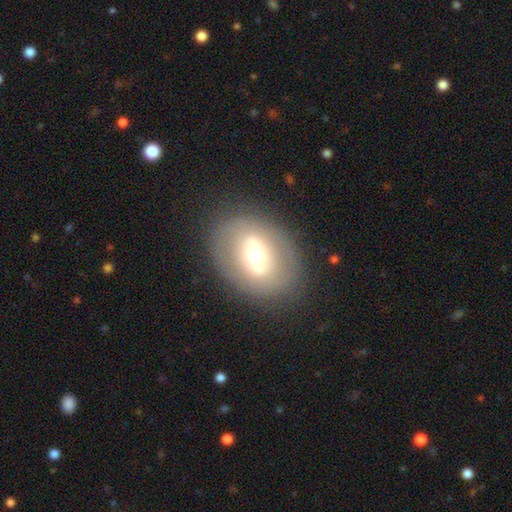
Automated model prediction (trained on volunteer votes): Morphology: type=featured or disk (50%); edge-on=no (91%); merging=none (81%).